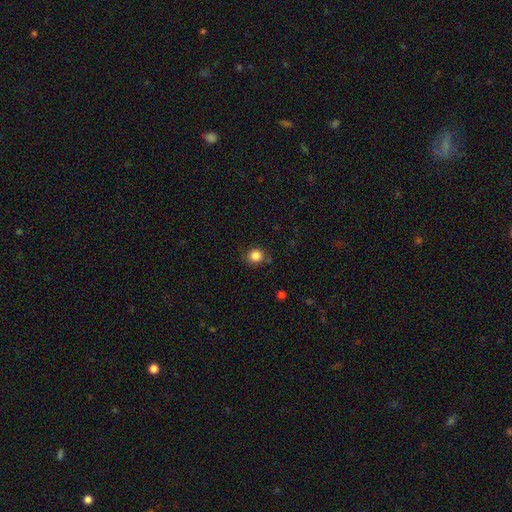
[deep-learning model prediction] This appears to be a smooth galaxy with no disk features (85%) that is round (89%). Merging: none (82%).